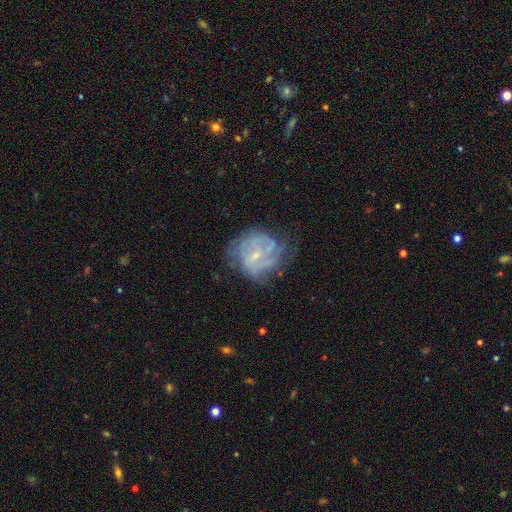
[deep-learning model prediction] Smooth or featured?
  - featured or disk: 74% *
  - smooth: 18%
  - star or artifact: 9%
Edge-on disk?
  - no: 97% *
  - yes: 3%
Bar?
  - no: 49% *
  - weak: 42%
  - strong: 10%
Spiral arms?
  - yes: 81% *
  - no: 19%
Spiral winding?
  - tight: 50% *
  - medium: 35%
  - loose: 14%
Spiral arm count?
  - can't tell: 46% *
  - 2: 17%
  - 3: 17%
  - 4: 11%
  - 1: 5%
  - more than 4: 5%
Bulge size?
  - small: 75% *
  - moderate: 17%
  - none: 7%
  - large: 1%
  - dominant: 1%
Merging?
  - none: 56% *
  - minor disturbance: 25%
  - major disturbance: 18%
  - merger: 2%